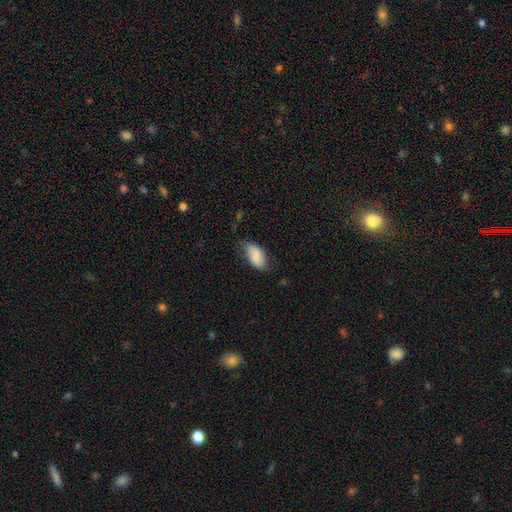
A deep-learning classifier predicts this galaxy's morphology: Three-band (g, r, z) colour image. It shows a smooth galaxy with no disk features (78%) that is in between round and cigar-shaped (93%). Merging: none (54%).